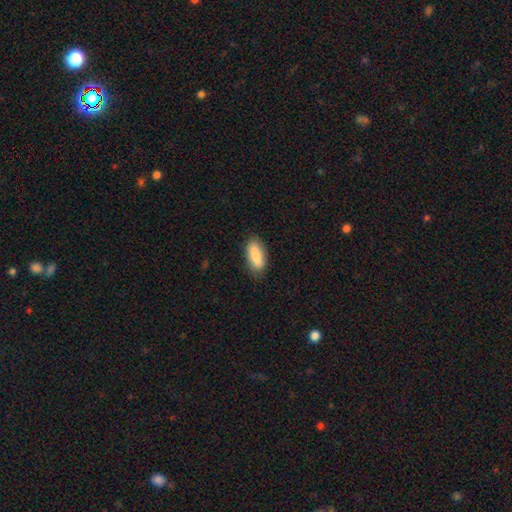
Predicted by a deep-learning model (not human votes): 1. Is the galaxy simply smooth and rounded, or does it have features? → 85% smooth, 9% featured or disk, 6% star or artifact.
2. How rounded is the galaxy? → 79% in between, 19% cigar-shaped, 2% round.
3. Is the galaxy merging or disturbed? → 82% none, 14% minor disturbance, 3% major disturbance, 1% merger.